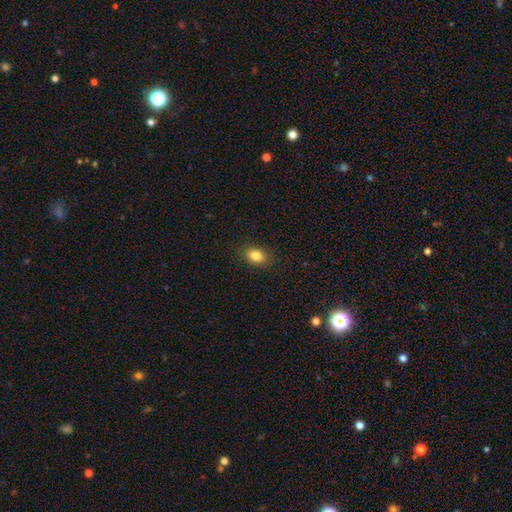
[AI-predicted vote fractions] Smooth or featured? Predicted: smooth (p=0.85). How rounded? Predicted: in between (p=0.77). Merging? Predicted: none (p=0.86).